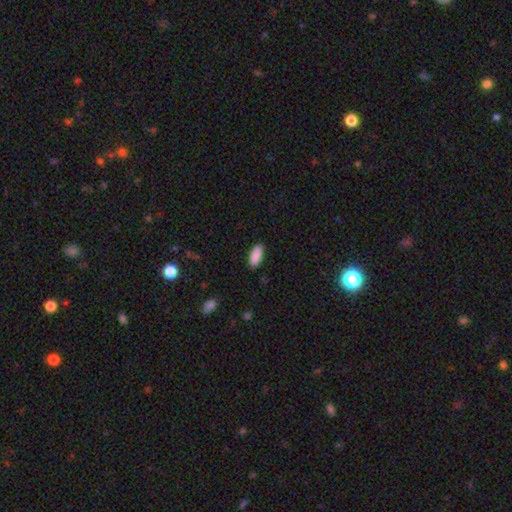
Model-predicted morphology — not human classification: Smooth or featured?
  - smooth: 90% *
  - star or artifact: 6%
  - featured or disk: 3%
How rounded?
  - in between: 84% *
  - cigar-shaped: 14%
  - round: 2%
Merging?
  - none: 88% *
  - minor disturbance: 9%
  - major disturbance: 2%
  - merger: 1%